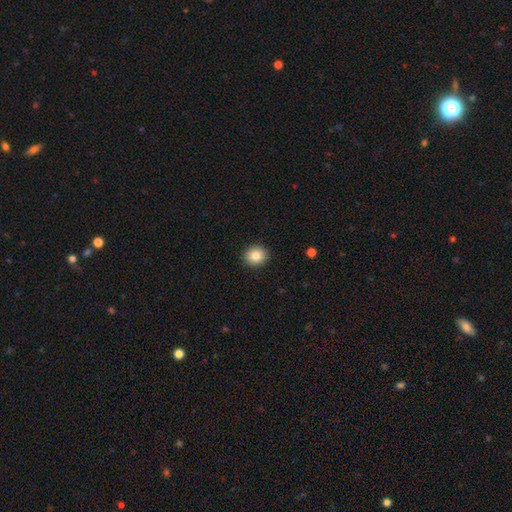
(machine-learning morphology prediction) Q: Smooth or featured?
A: smooth (85%); runner-up: star or artifact (9%)
Q: How rounded?
A: round (75%); runner-up: in between (24%)
Q: Merging?
A: none (92%); runner-up: minor disturbance (6%)